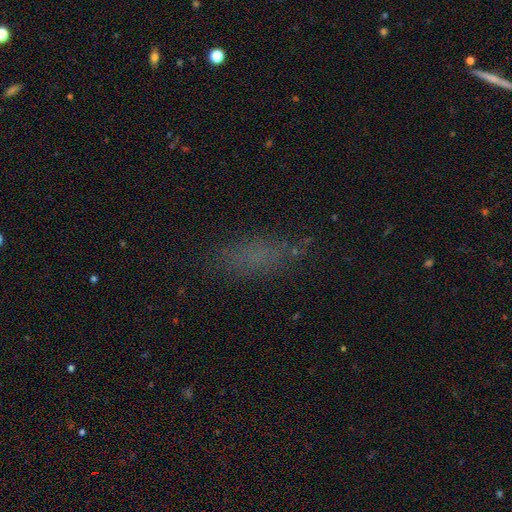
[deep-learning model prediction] Morphology: type=smooth (63%); roundness=in between (60%); merging=none (67%).